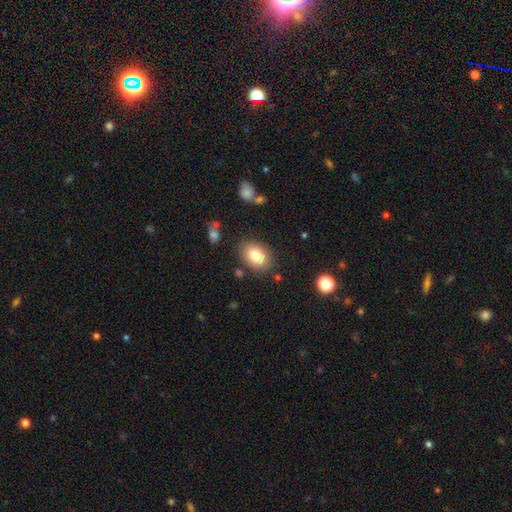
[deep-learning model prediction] smooth 80%, featured or disk 11%, star or artifact 9%. Down the decision tree: how rounded — in between (75%); merging — none (81%).